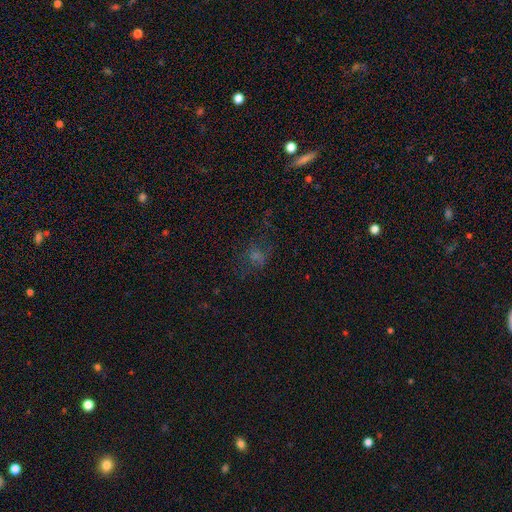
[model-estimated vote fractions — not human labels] Smooth or featured? Predicted: smooth (p=0.43). Merging? Predicted: none (p=0.58).